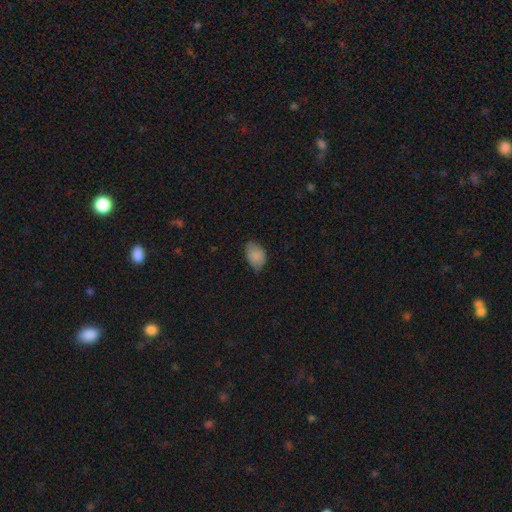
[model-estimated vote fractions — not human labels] Smooth or featured?
  - smooth: 84% *
  - featured or disk: 8%
  - star or artifact: 8%
How rounded?
  - in between: 80% *
  - round: 18%
  - cigar-shaped: 1%
Merging?
  - none: 56% *
  - minor disturbance: 36%
  - major disturbance: 7%
  - merger: 1%